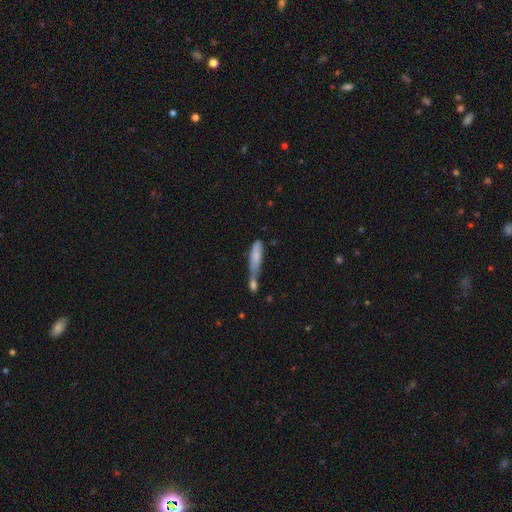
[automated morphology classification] A smooth galaxy with no disk features (71%) that is cigar-shaped (70%). Merging: merger (57%).